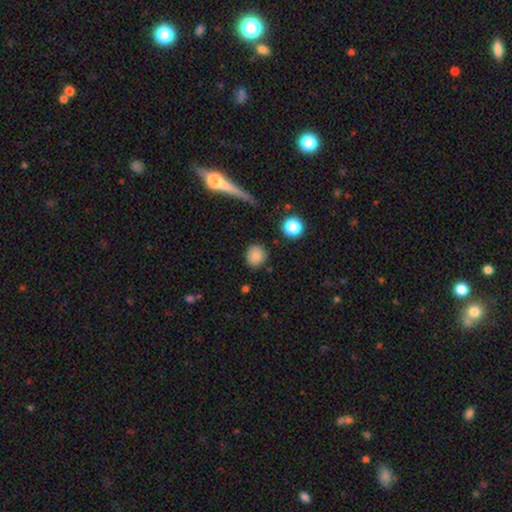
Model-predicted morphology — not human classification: A smooth galaxy with no disk features (85%) that is round (85%).

Vote fractions:
- Smooth or featured? smooth: 85% / star or artifact: 10% / featured or disk: 5%
- How rounded? round: 85% / in between: 13% / cigar-shaped: 2%
- Merging? none: 86% / minor disturbance: 9% / major disturbance: 3% / merger: 2%